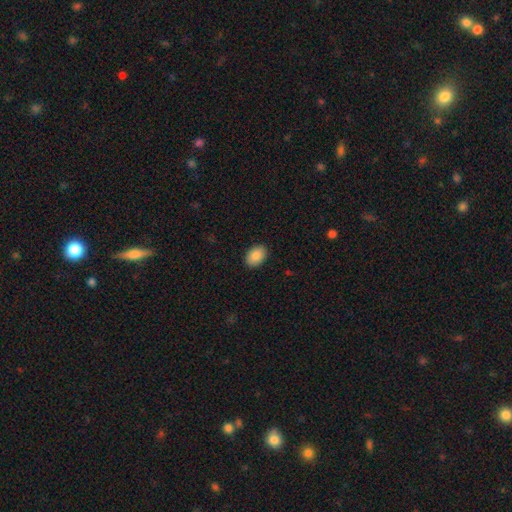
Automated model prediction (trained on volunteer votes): Smooth or featured: smooth — 88% (star or artifact — 7%)
How rounded: in between — 84% (round — 15%)
Merging: none — 90% (minor disturbance — 7%)